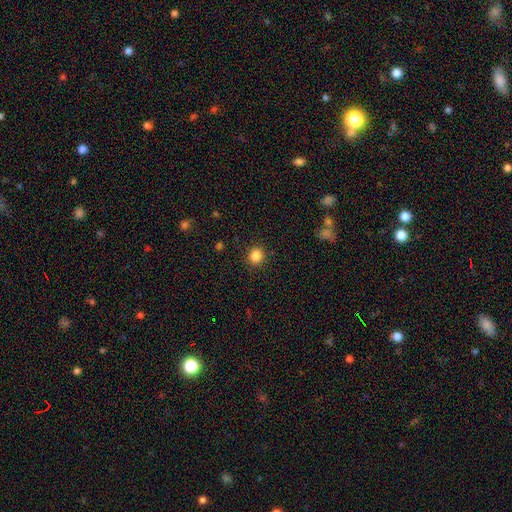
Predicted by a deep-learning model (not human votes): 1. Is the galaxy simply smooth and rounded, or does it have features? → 85% smooth, 11% star or artifact, 4% featured or disk.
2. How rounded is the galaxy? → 90% round, 9% in between, 1% cigar-shaped.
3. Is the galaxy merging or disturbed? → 91% none, 6% minor disturbance, 2% major disturbance, 1% merger.